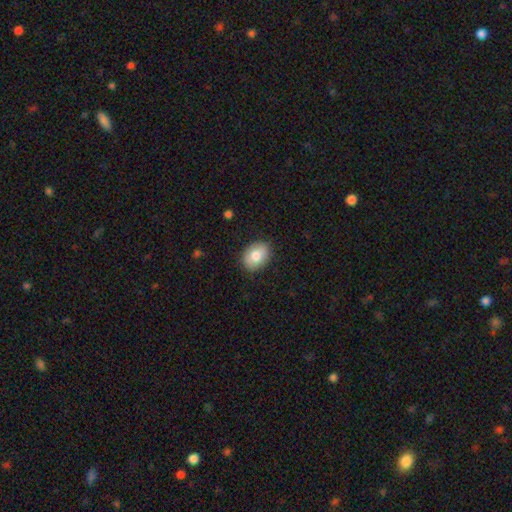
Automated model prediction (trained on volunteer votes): Smooth or featured: smooth — 81% (featured or disk — 12%)
How rounded: in between — 69% (round — 30%)
Merging: none — 87% (minor disturbance — 10%)